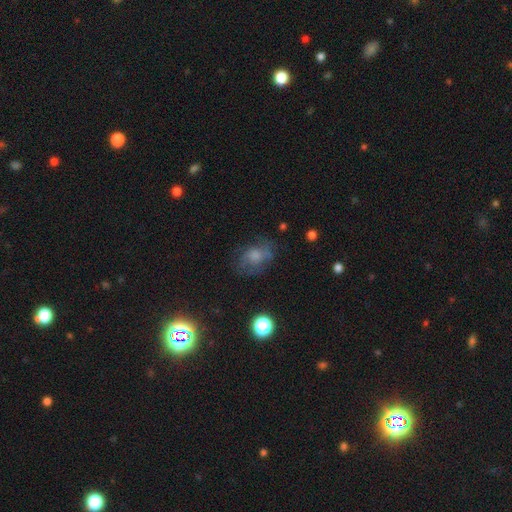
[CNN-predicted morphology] type=smooth (51%); roundness=in between (66%); merging=none (57%).